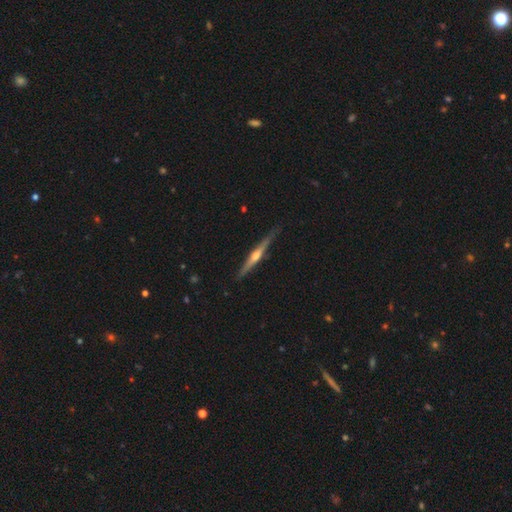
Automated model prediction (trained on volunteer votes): smooth_or_featured: featured or disk (p=0.75) [alt: smooth p=0.19]
disk_edge_on: yes (p=0.98) [alt: no p=0.02]
edge_on_bulge: rounded (p=0.88) [alt: none p=0.07]
merging: none (p=0.85) [alt: minor disturbance p=0.11]